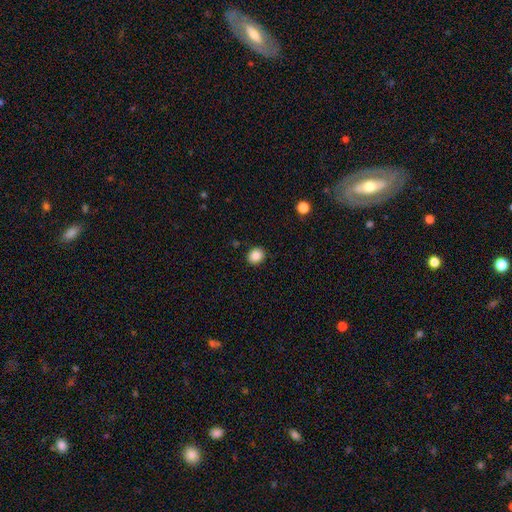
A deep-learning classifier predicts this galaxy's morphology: Smooth or featured? Predicted: smooth (p=0.86). How rounded? Predicted: round (p=0.79). Merging? Predicted: none (p=0.91).